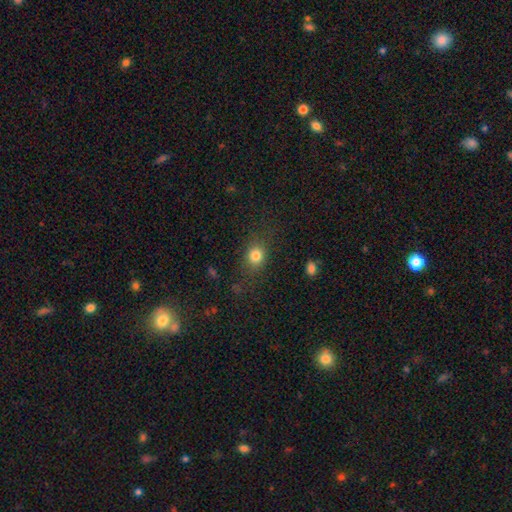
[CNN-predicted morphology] This appears to be a smooth galaxy with no disk features (80%) that is round (60%). Merging: none (76%).